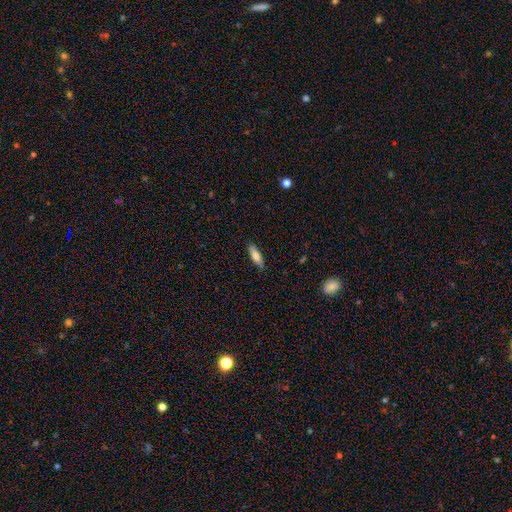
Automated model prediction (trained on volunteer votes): Q: Smooth or featured?
A: smooth (73%); runner-up: featured or disk (21%)
Q: How rounded?
A: cigar-shaped (55%); runner-up: in between (43%)
Q: Merging?
A: none (85%); runner-up: minor disturbance (12%)